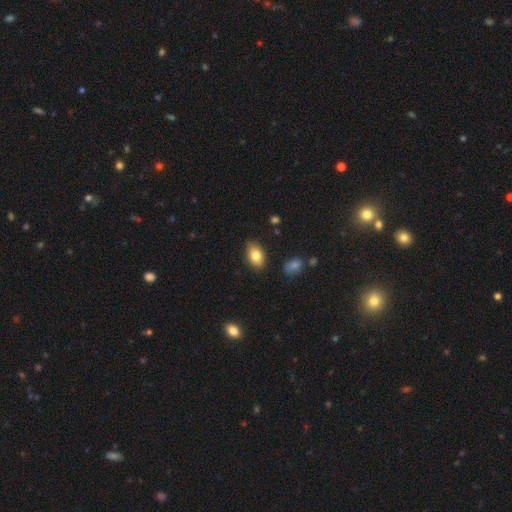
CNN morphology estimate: This appears to be a smooth galaxy with no disk features (82%) that is in between round and cigar-shaped (89%). Merging: none (82%).